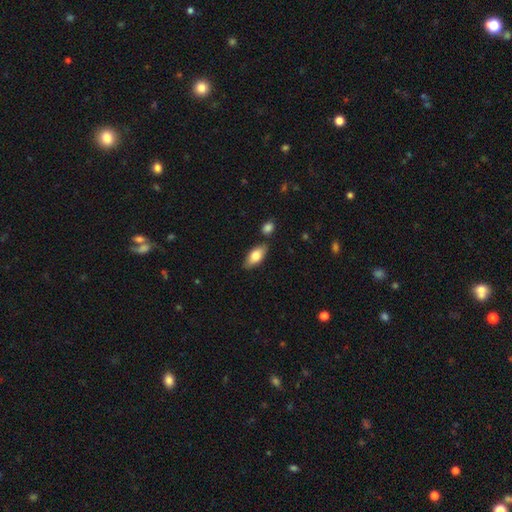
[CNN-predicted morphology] smooth_or_featured: smooth (p=0.74) [alt: featured or disk p=0.20]
how_rounded: in between (p=0.86) [alt: cigar-shaped p=0.11]
merging: none (p=0.78) [alt: minor disturbance p=0.12]